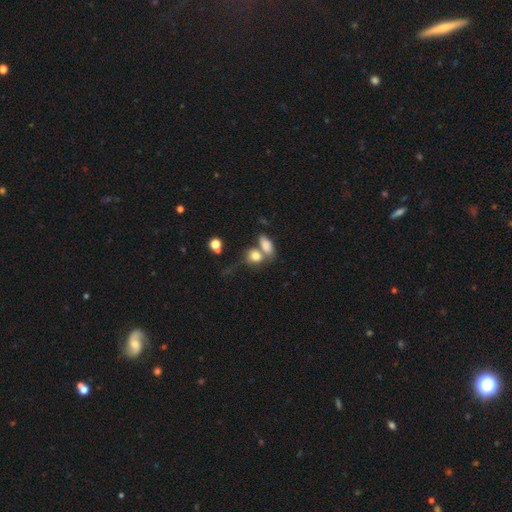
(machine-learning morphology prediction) This appears to be a smooth galaxy with no disk features (79%) that is in between round and cigar-shaped (59%). Merging: merger (50%).